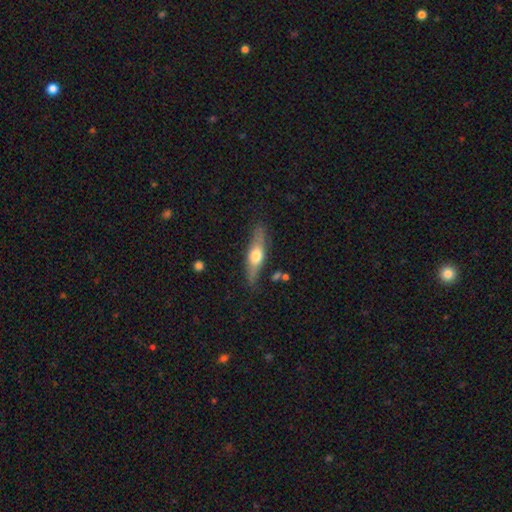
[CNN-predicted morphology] A featured or disk galaxy (51%) viewed edge-on (87%). Merging: none (82%).